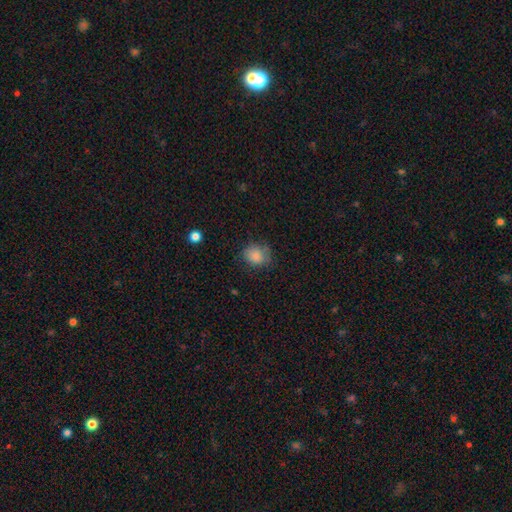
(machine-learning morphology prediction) This is clearly a smooth galaxy (85%). How rounded: likely round (64%). Merging: likely none (70%).